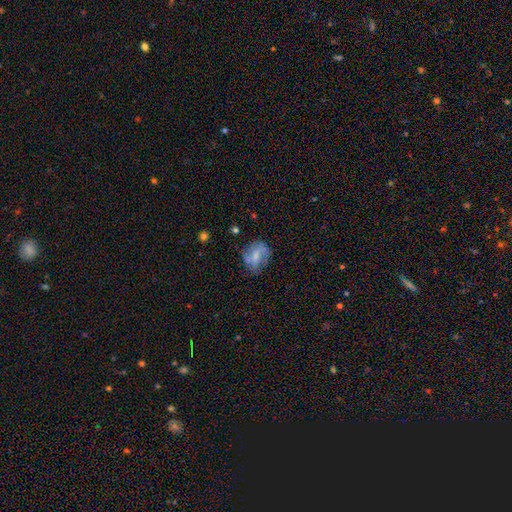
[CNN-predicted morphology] type=smooth (49%); merging=none (57%).